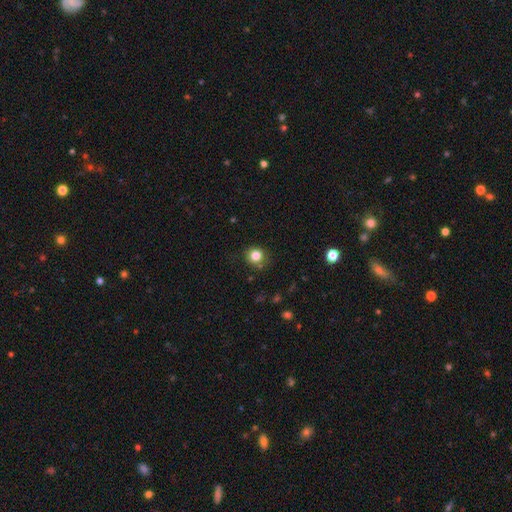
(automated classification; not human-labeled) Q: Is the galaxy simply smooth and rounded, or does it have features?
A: smooth — 82%.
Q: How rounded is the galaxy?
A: round — 89%.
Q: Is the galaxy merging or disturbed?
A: none — 83%.